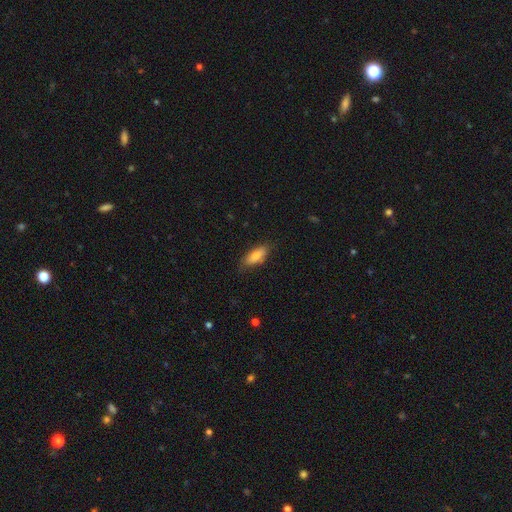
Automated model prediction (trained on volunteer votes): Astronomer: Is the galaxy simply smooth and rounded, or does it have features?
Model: smooth — 79%.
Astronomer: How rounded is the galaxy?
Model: in between — 69%.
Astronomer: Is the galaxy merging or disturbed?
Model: none — 79%.